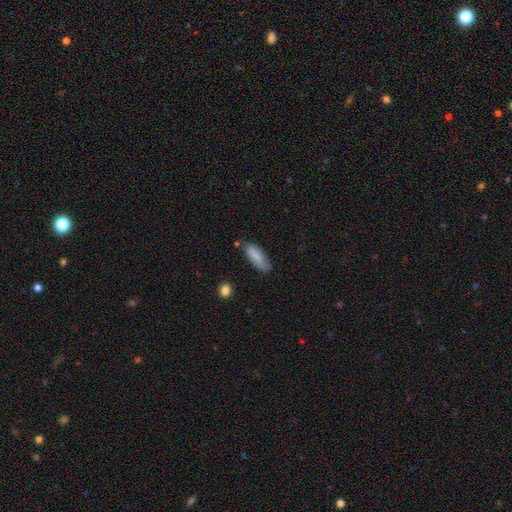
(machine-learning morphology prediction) This appears to be a smooth galaxy with no disk features (85%) that is in between round and cigar-shaped (64%). Merging: none (71%).